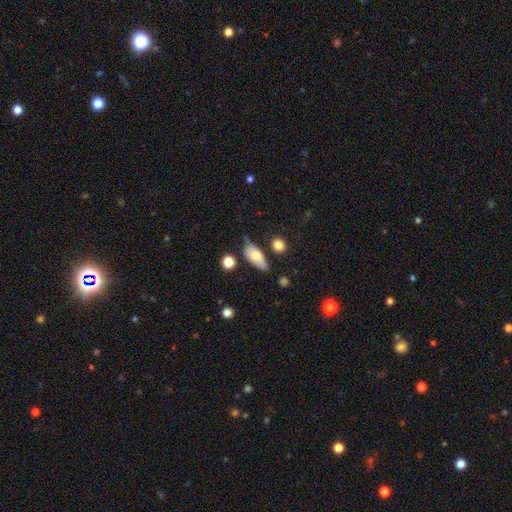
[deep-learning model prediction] The model was most divided on "merging": none: 61%, minor disturbance: 25%, merger: 7%, major disturbance: 6%. More confident: how rounded — in between (83%); smooth or featured — smooth (69%).